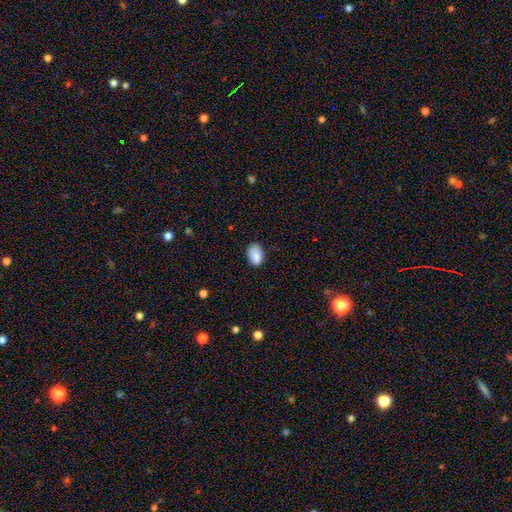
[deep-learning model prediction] Morphology: type=smooth (87%); roundness=in between (88%); merging=none (71%).